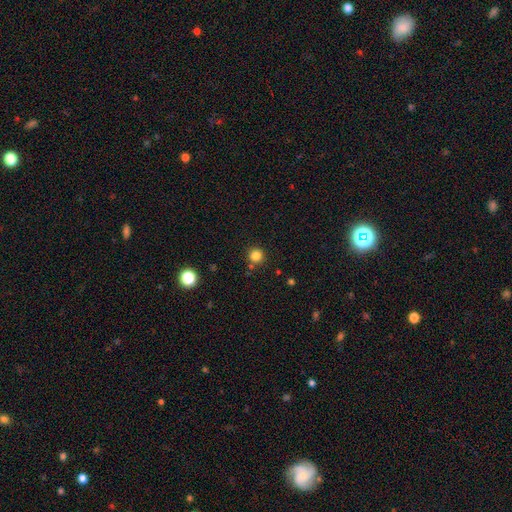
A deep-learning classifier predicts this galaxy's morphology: Smooth or featured? smooth (82%)
How rounded? round (94%)
Merging? none (85%)